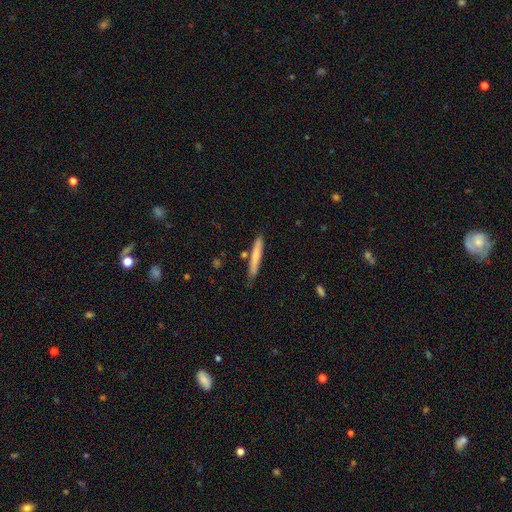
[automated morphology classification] Smooth or featured? smooth (66%)
How rounded? cigar-shaped (94%)
Merging? none (79%)